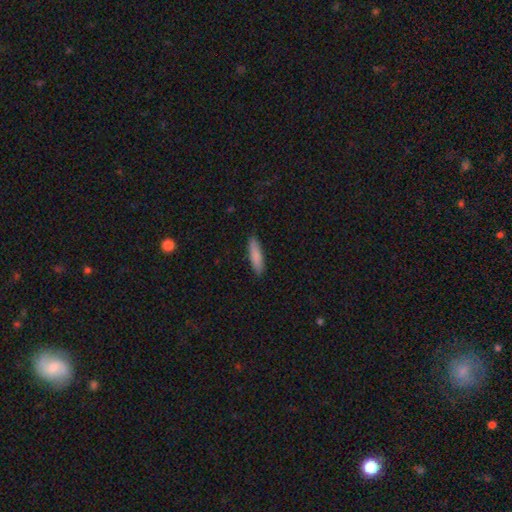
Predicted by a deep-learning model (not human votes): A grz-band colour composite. It shows a smooth galaxy with no disk features (86%) that is cigar-shaped (73%). Merging: none (90%).